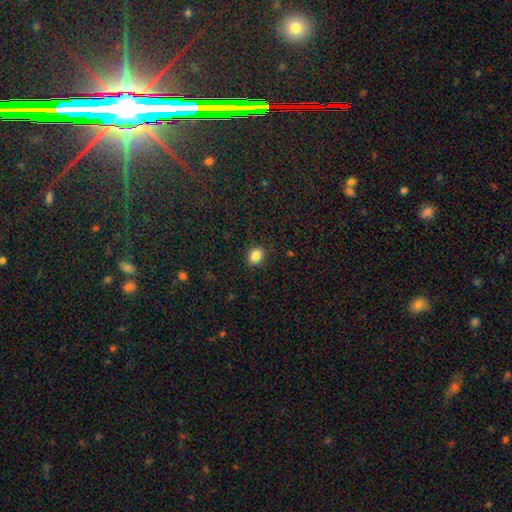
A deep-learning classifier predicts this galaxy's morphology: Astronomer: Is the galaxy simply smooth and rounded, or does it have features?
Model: smooth — 85%.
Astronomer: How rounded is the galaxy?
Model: round — 64%.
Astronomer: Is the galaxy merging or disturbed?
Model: none — 87%.